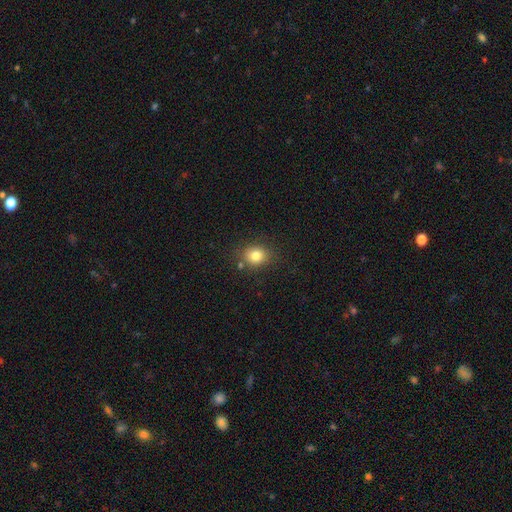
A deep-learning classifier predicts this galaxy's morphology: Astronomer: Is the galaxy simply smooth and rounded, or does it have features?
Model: smooth — 81%.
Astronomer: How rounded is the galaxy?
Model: round — 66%.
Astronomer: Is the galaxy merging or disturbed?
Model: none — 79%.